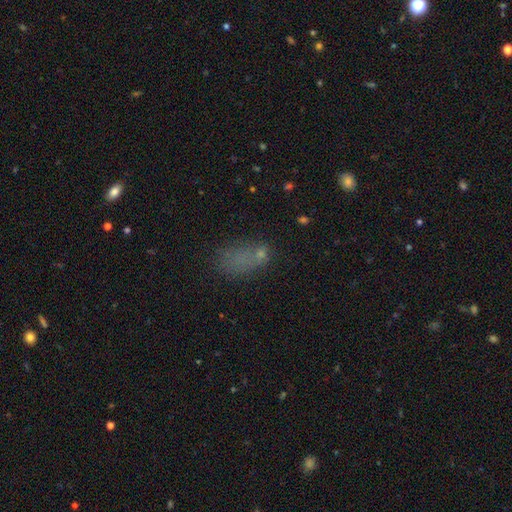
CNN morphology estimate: Q: Smooth or featured?
A: smooth (61%); runner-up: star or artifact (22%)
Q: How rounded?
A: in between (83%); runner-up: round (12%)
Q: Merging?
A: none (39%); runner-up: major disturbance (25%)